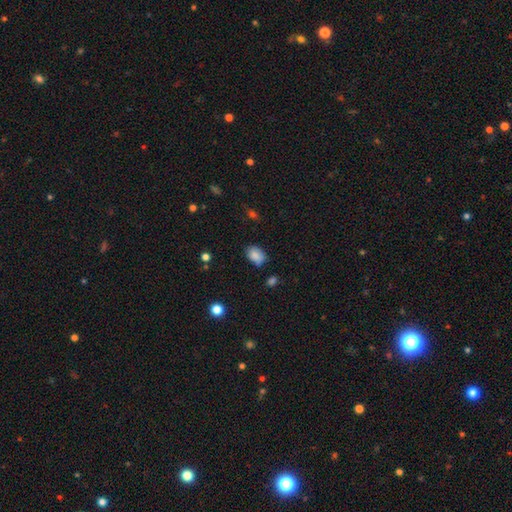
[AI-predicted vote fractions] The model was most divided on "merging": none: 64%, minor disturbance: 26%, major disturbance: 5%, merger: 4%. More confident: smooth or featured — smooth (84%); how rounded — in between (78%).